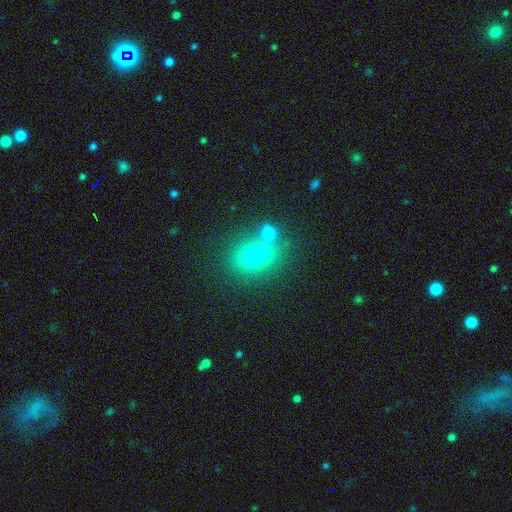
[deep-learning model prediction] Morphology: type=smooth (69%); roundness=round (55%); merging=none (67%).